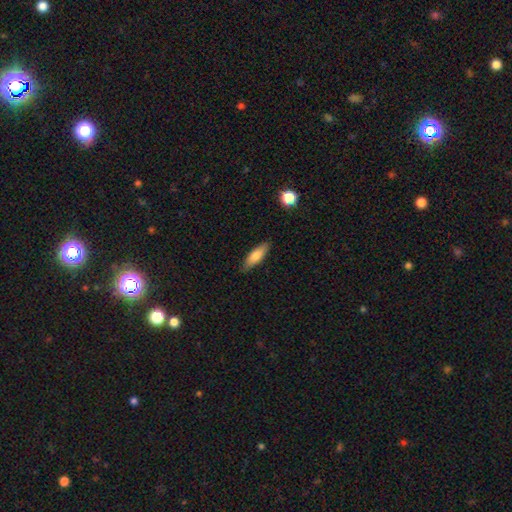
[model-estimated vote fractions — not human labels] Smooth or featured? smooth (74%)
How rounded? cigar-shaped (52%)
Merging? none (86%)